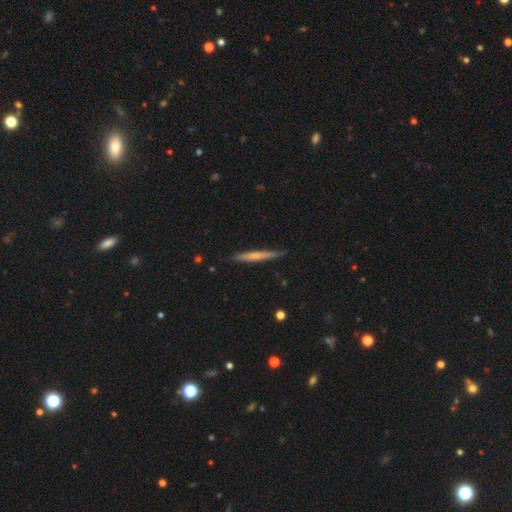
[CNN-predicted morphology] This appears to be a smooth galaxy with no disk features (53%) that is cigar-shaped (96%). Merging: none (85%).